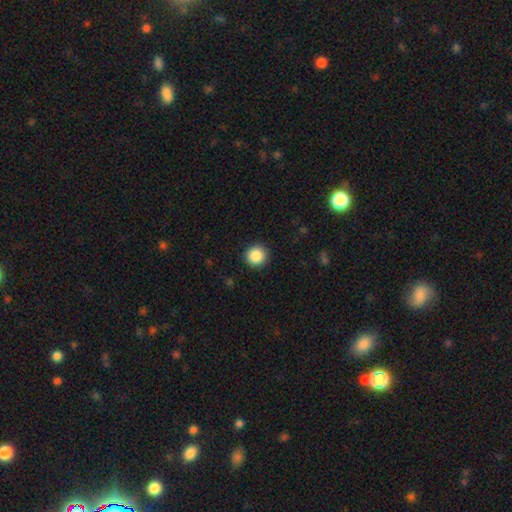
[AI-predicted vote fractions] Smooth or featured? Predicted: smooth (p=0.88). How rounded? Predicted: round (p=0.95). Merging? Predicted: none (p=0.92).